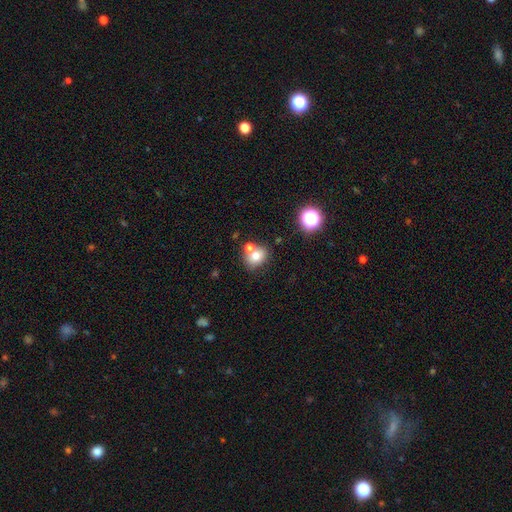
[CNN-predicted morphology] This is likely a smooth galaxy (72%). How rounded: possibly round (56%). Merging: possibly none (51%).